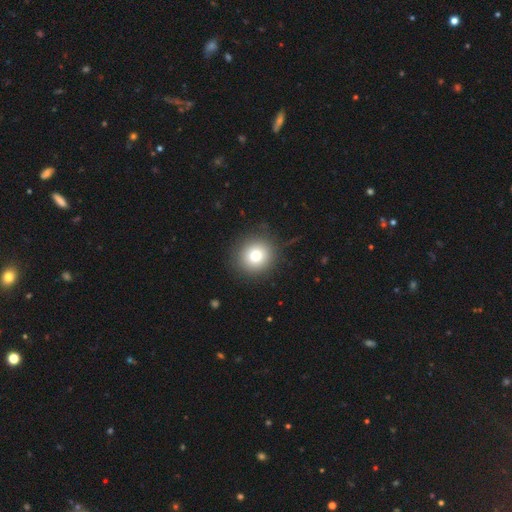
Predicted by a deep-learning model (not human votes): smooth_or_featured: smooth (p=0.79) [alt: star or artifact p=0.11]
how_rounded: round (p=0.92) [alt: in between p=0.07]
merging: none (p=0.89) [alt: minor disturbance p=0.07]